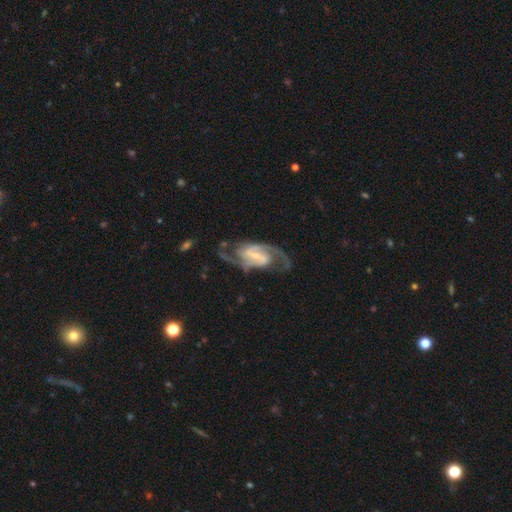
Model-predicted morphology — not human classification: The model was most divided on "bar": weak: 46%, strong: 40%, no: 14%. More confident: spiral arms — yes (98%); edge-on disk — no (97%); smooth or featured — featured or disk (91%); spiral arm count — 2 (88%); merging — none (69%); bulge size — small (58%); spiral winding — medium (57%).